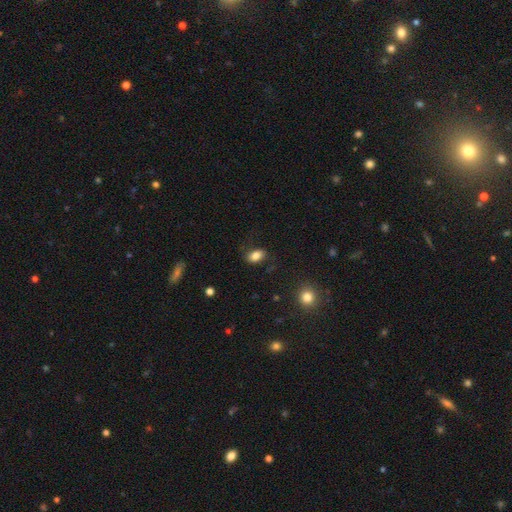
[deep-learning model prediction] smooth-or-featured: smooth: 82% | star or artifact: 9% | featured or disk: 8%
  how-rounded: in between: 86% | round: 12% | cigar-shaped: 2%
  merging: none: 79% | minor disturbance: 15% | major disturbance: 5% | merger: 1%